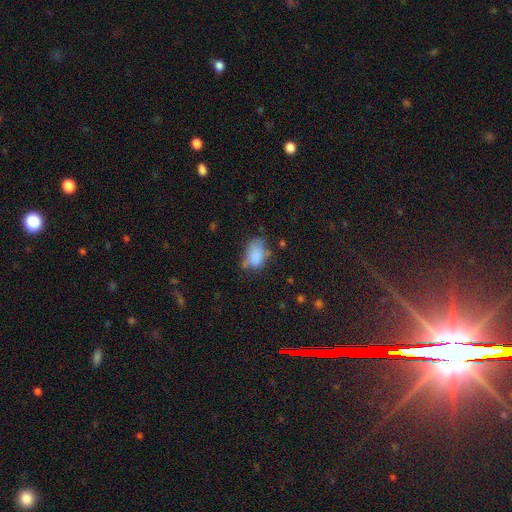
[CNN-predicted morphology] A smooth galaxy with no disk features (78%) that is in between round and cigar-shaped (88%). Merging: none (38%).